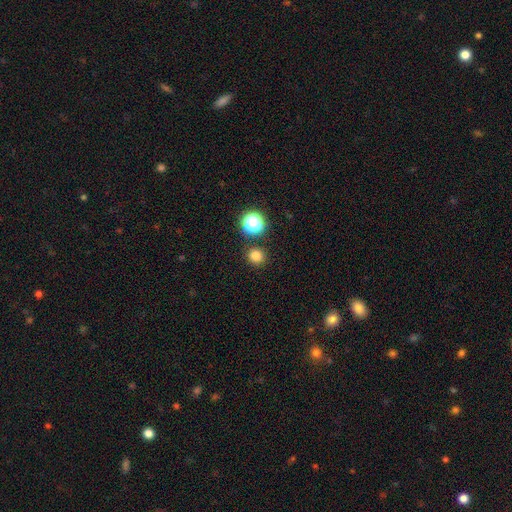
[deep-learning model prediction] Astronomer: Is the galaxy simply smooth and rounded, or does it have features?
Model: smooth — 78%.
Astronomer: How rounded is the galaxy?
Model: round — 91%.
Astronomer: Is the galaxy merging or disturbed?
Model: none — 87%.